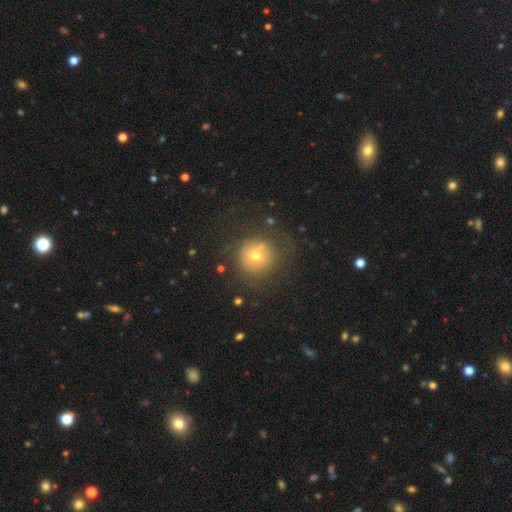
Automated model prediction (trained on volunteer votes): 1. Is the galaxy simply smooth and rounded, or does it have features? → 63% smooth, 21% featured or disk, 16% star or artifact.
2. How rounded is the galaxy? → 93% round, 6% in between, 1% cigar-shaped.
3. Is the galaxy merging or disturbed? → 66% none, 16% minor disturbance, 11% major disturbance, 7% merger.